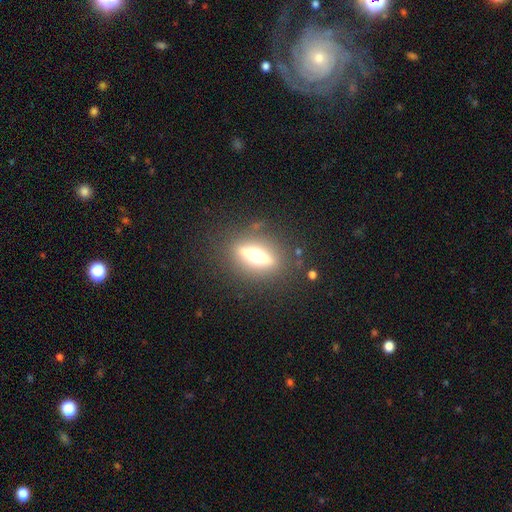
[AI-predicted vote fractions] A featured or disk galaxy (65%) viewed edge-on (84%) with a rounded central bulge (86%). Merging: none (83%).